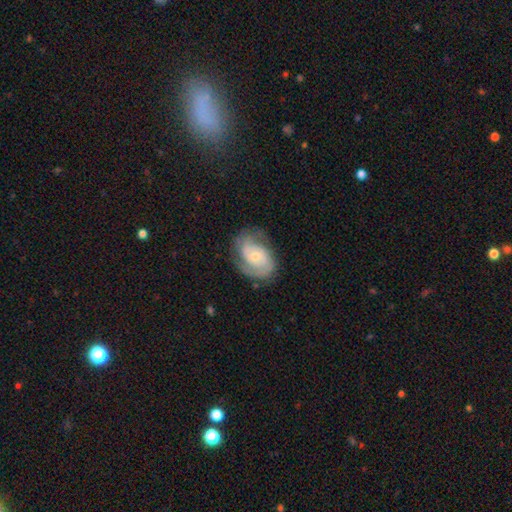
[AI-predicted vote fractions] Q: Smooth or featured?
A: featured or disk (80%); runner-up: smooth (15%)
Q: Edge-on disk?
A: no (97%); runner-up: yes (3%)
Q: Bar?
A: no (59%); runner-up: weak (34%)
Q: Spiral arms?
A: yes (93%); runner-up: no (7%)
Q: Spiral winding?
A: tight (55%); runner-up: medium (35%)
Q: Spiral arm count?
A: 2 (64%); runner-up: can't tell (17%)
Q: Bulge size?
A: small (56%); runner-up: moderate (39%)
Q: Merging?
A: none (68%); runner-up: minor disturbance (21%)